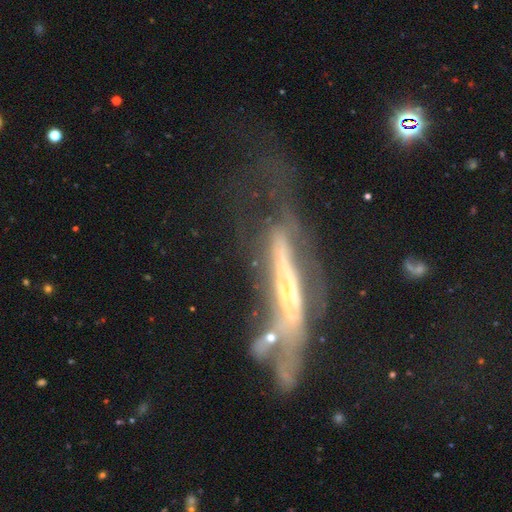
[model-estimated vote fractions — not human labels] The model was most divided on "merging": major disturbance: 39%, none: 27%, minor disturbance: 18%, merger: 16%. More confident: smooth or featured — featured or disk (72%); edge-on disk — yes (64%).